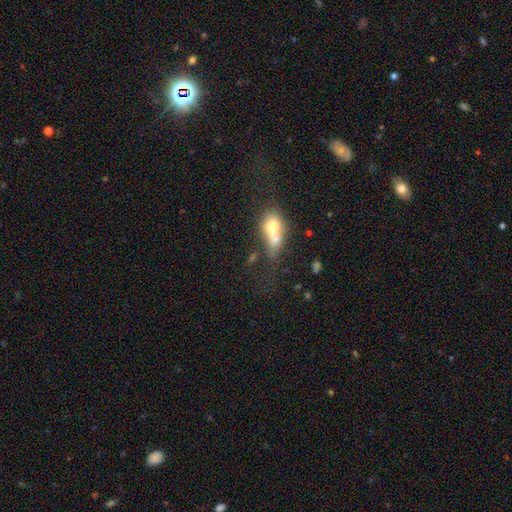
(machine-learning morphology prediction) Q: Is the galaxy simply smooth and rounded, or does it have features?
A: smooth — 47%.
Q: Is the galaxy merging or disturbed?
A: major disturbance — 33%.